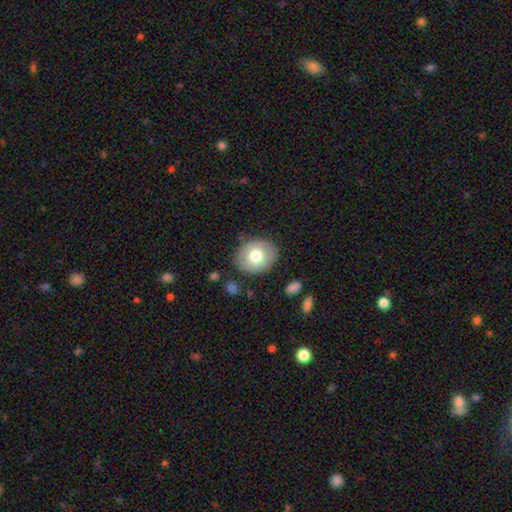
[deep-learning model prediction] smooth_or_featured: smooth (p=0.66) [alt: featured or disk p=0.27]
how_rounded: round (p=0.51) [alt: in between p=0.48]
merging: none (p=0.82) [alt: minor disturbance p=0.13]